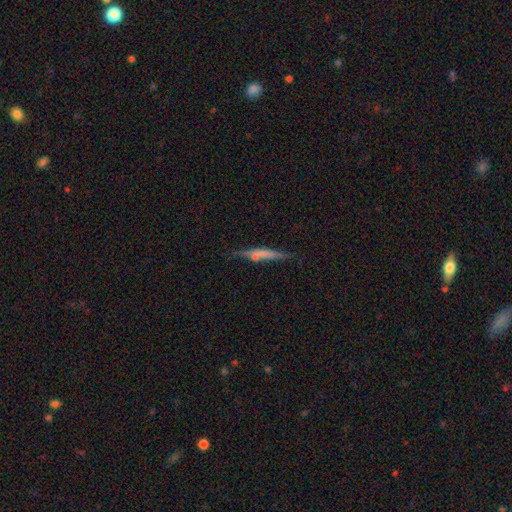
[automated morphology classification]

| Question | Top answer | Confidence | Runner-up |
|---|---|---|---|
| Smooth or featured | featured or disk | 50% | smooth (42%) |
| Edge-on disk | yes | 94% | no (6%) |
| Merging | none | 76% | minor disturbance (15%) |